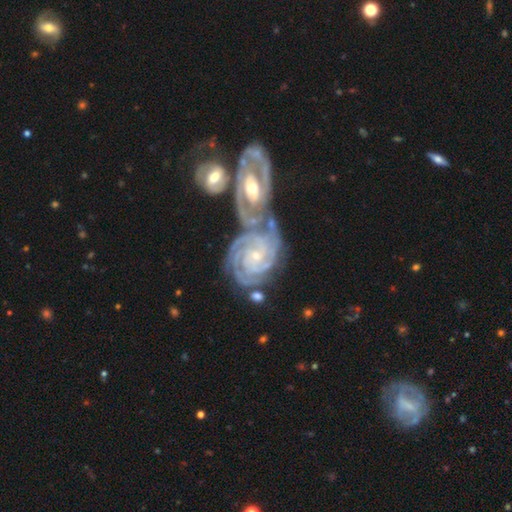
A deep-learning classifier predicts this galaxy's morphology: type=featured or disk (91%); edge-on=no (97%); bar=no (66%); spiral arms=yes (98%); winding=tight (79%); arm count=3 (33%); bulge=small (70%); merging=merger (52%).